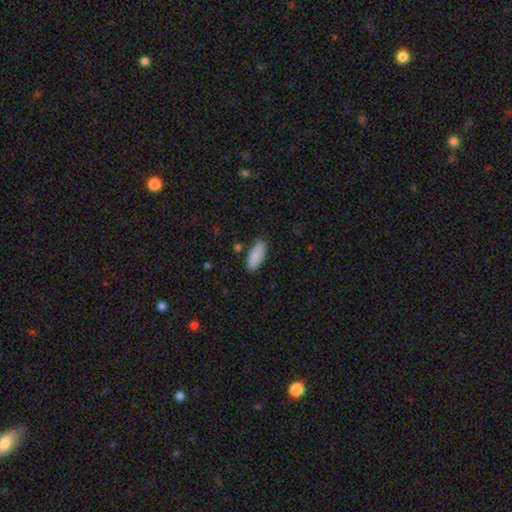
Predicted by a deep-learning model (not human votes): Q: Smooth or featured?
A: smooth (89%); runner-up: star or artifact (6%)
Q: How rounded?
A: in between (81%); runner-up: cigar-shaped (17%)
Q: Merging?
A: none (84%); runner-up: minor disturbance (12%)